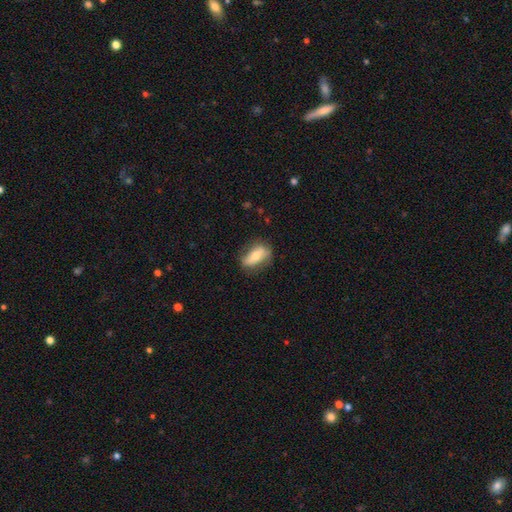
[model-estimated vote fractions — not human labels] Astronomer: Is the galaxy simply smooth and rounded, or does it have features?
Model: smooth — 58% (runner-up: featured or disk, 35%).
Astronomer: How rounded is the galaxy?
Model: in between — 77%.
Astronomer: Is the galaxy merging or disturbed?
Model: none — 73%.